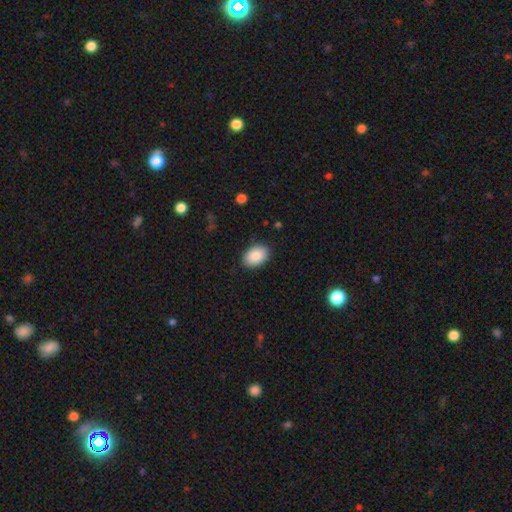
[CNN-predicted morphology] This appears to be a smooth galaxy with no disk features (87%) that is in between round and cigar-shaped (88%). Merging: none (87%).